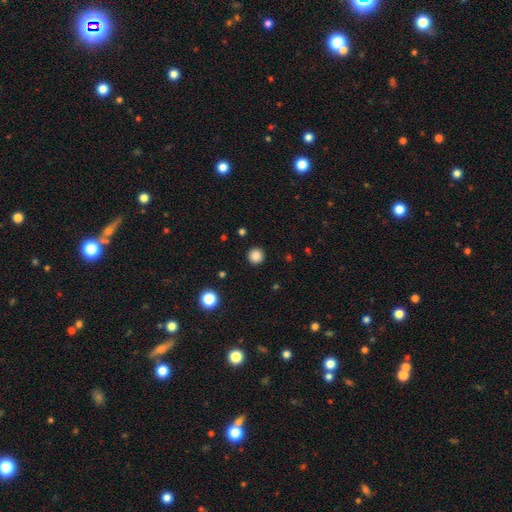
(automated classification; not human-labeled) Smooth or featured? Predicted: smooth (p=0.85). How rounded? Predicted: round (p=0.96). Merging? Predicted: none (p=0.92).